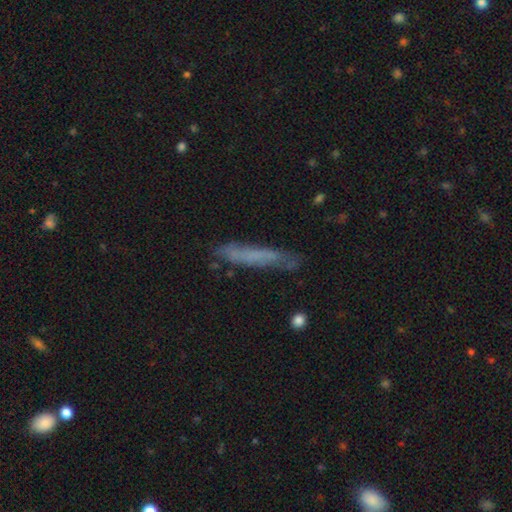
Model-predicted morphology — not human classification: type=smooth (54%); roundness=cigar-shaped (92%); merging=none (69%).